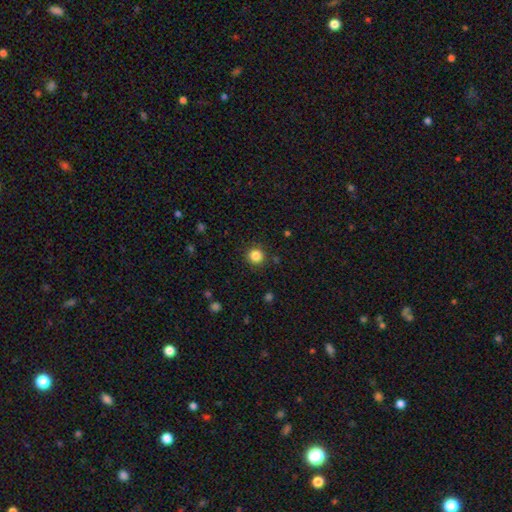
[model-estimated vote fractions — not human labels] Smooth or featured? Predicted: smooth (p=0.85). How rounded? Predicted: round (p=0.94). Merging? Predicted: none (p=0.90).